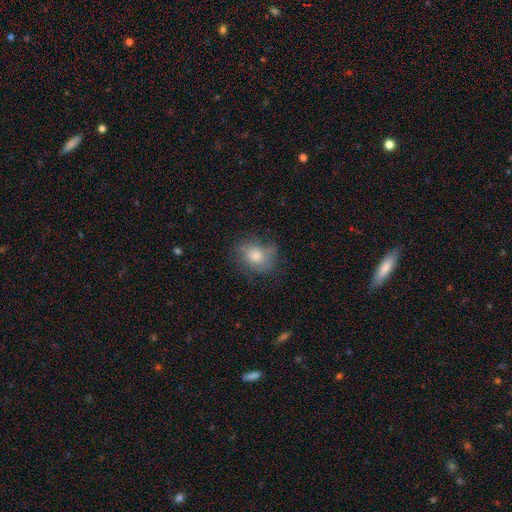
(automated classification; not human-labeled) A smooth galaxy with no disk features (71%) that is round (57%).

Vote fractions:
- Smooth or featured? smooth: 71% / featured or disk: 18% / star or artifact: 11%
- How rounded? round: 57% / in between: 41% / cigar-shaped: 1%
- Merging? none: 64% / minor disturbance: 24% / major disturbance: 10% / merger: 2%